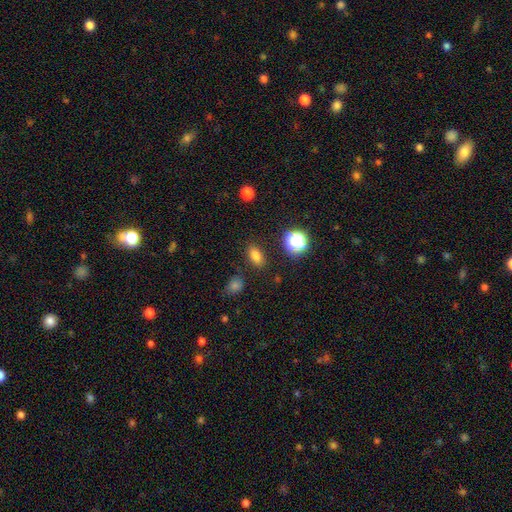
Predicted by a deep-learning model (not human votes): Smooth or featured?
  - smooth: 78% *
  - star or artifact: 16%
  - featured or disk: 7%
How rounded?
  - in between: 82% *
  - round: 14%
  - cigar-shaped: 3%
Merging?
  - none: 85% *
  - minor disturbance: 9%
  - major disturbance: 3%
  - merger: 3%